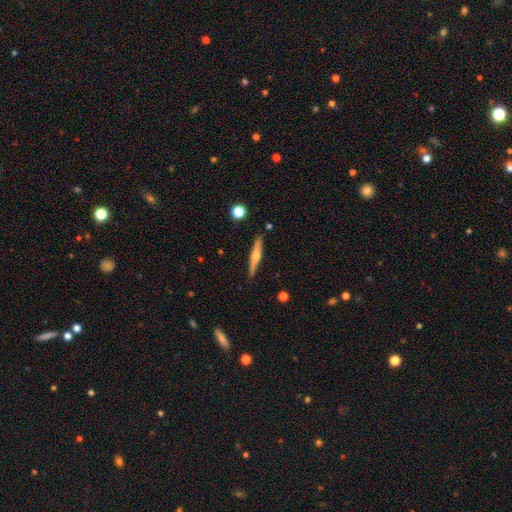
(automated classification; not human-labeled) Overall: featured or disk (65%; smooth 29%). Edge-on disk: yes (97%). Edge-on bulge: rounded (88%). Merging: none (87%).